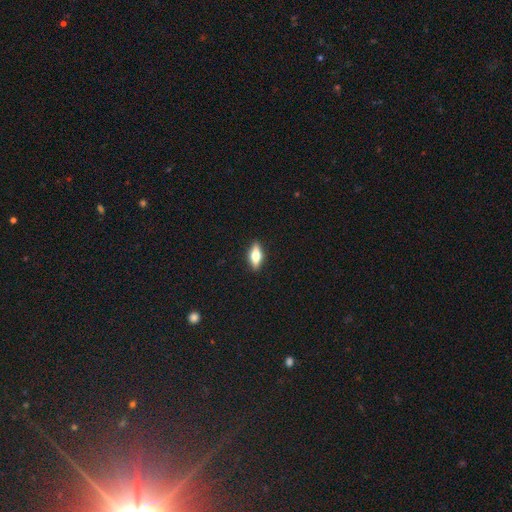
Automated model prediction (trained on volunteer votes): This appears to be a smooth galaxy with no disk features (56%) that is in between round and cigar-shaped (68%). Merging: none (90%).